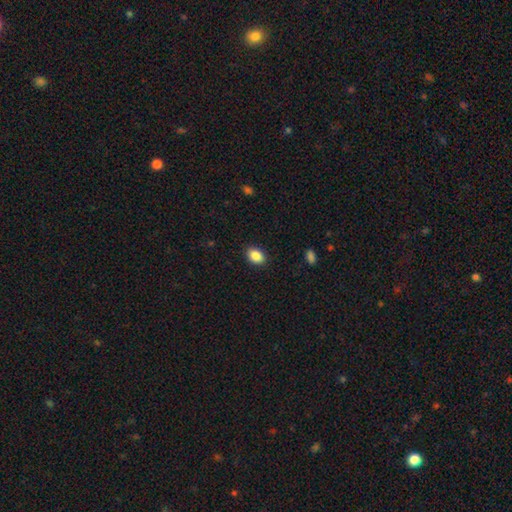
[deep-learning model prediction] Q: Smooth or featured?
A: smooth (87%); runner-up: star or artifact (8%)
Q: How rounded?
A: in between (77%); runner-up: round (22%)
Q: Merging?
A: none (89%); runner-up: minor disturbance (8%)